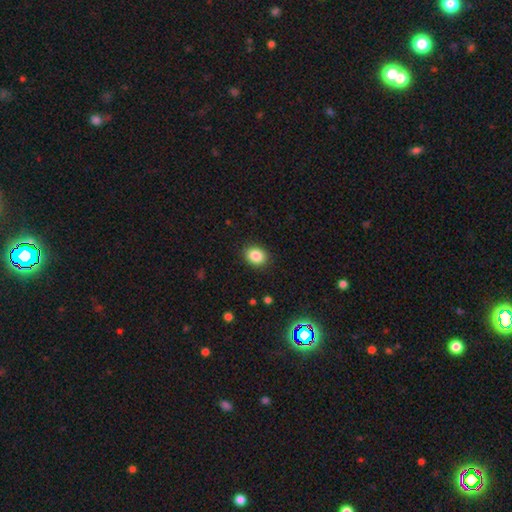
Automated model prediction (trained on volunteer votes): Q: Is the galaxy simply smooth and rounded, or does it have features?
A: smooth — 86%.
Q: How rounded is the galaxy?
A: in between — 51%.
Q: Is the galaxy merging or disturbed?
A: none — 89%.